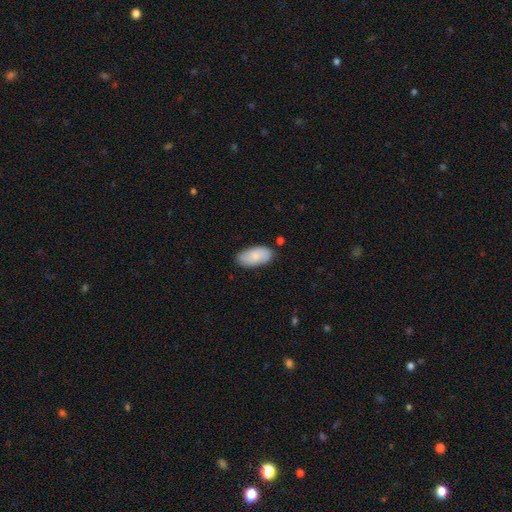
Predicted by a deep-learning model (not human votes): Smooth or featured: smooth — 78% (featured or disk — 16%)
How rounded: in between — 93% (cigar-shaped — 5%)
Merging: none — 78% (minor disturbance — 17%)